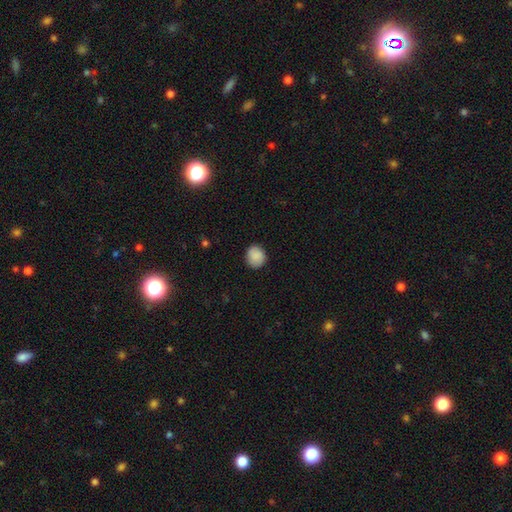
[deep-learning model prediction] A smooth galaxy with no disk features (88%) that is round (79%).

Vote fractions:
- Smooth or featured? smooth: 88% / star or artifact: 7% / featured or disk: 5%
- How rounded? round: 79% / in between: 20% / cigar-shaped: 1%
- Merging? none: 85% / minor disturbance: 11% / major disturbance: 3% / merger: 1%